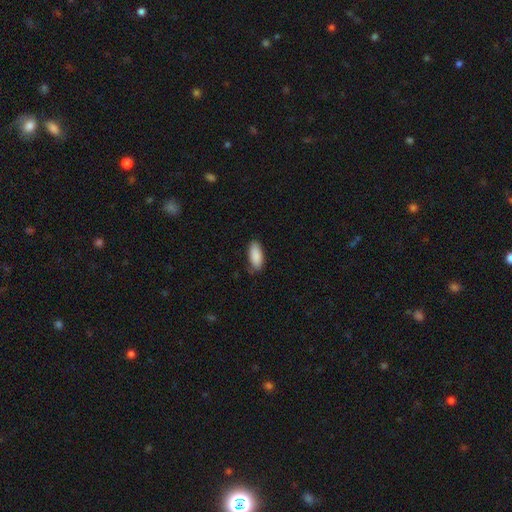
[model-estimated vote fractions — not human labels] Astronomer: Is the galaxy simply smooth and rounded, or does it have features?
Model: smooth — 90%.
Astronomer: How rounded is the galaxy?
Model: in between — 87%.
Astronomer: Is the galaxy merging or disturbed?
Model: none — 78%.